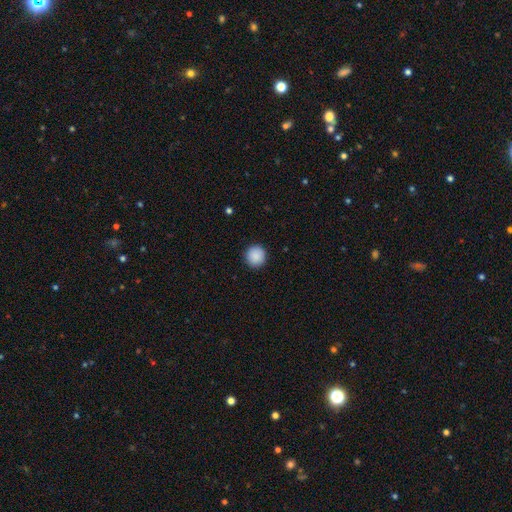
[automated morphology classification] smooth_or_featured: smooth (p=0.89) [alt: star or artifact p=0.08]
how_rounded: round (p=0.95) [alt: in between p=0.04]
merging: none (p=0.93) [alt: minor disturbance p=0.05]